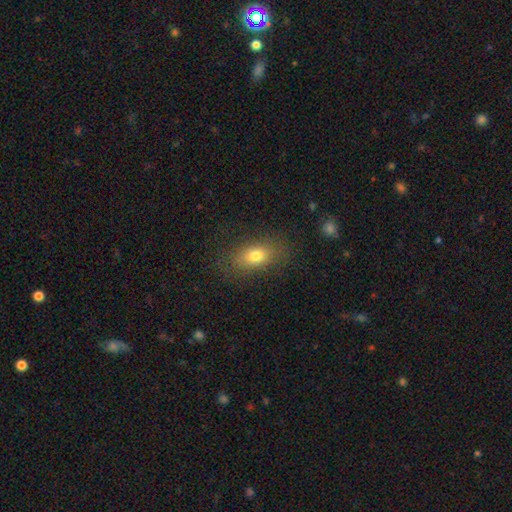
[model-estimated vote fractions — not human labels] This appears to be a smooth galaxy with no disk features (75%) that is in between round and cigar-shaped (80%). Merging: none (80%).